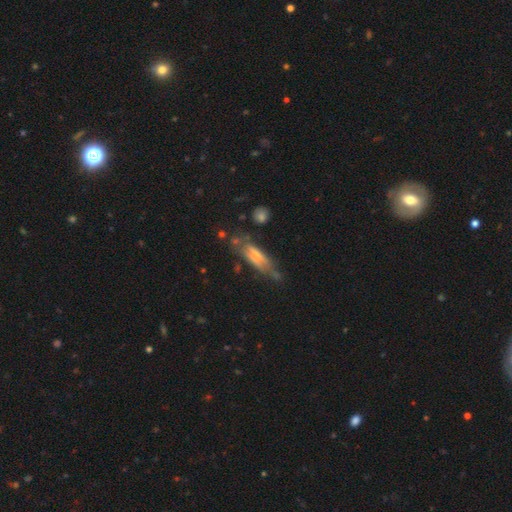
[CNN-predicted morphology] smooth-or-featured: smooth: 49% | featured or disk: 44% | star or artifact: 7%
  merging: none: 48% | minor disturbance: 30% | major disturbance: 16% | merger: 7%